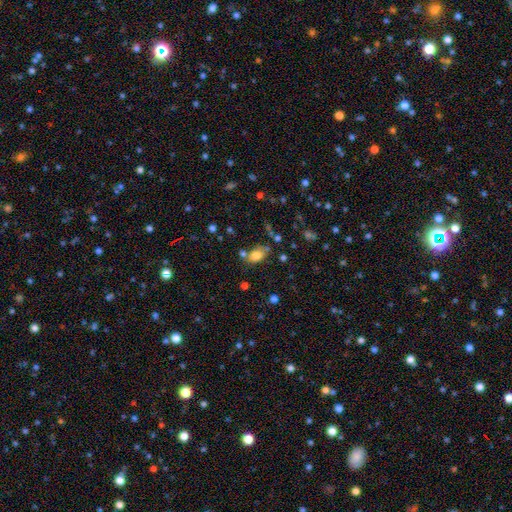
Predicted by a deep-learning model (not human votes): A smooth galaxy with no disk features (78%) that is in between round and cigar-shaped (82%).

Vote fractions:
- Smooth or featured? smooth: 78% / star or artifact: 11% / featured or disk: 11%
- How rounded? in between: 82% / round: 16% / cigar-shaped: 2%
- Merging? none: 58% / minor disturbance: 18% / merger: 18% / major disturbance: 6%